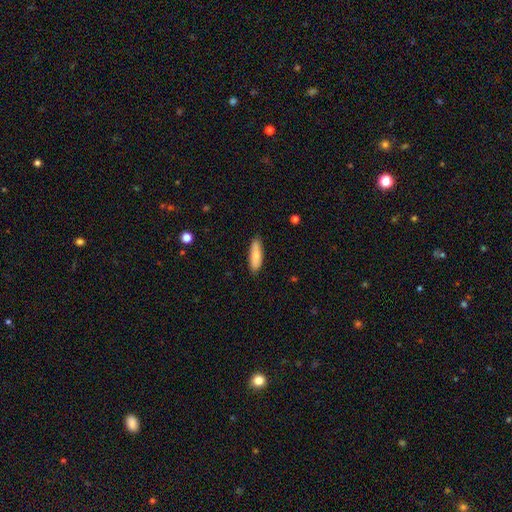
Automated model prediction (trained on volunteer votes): Smooth or featured? smooth (80%)
How rounded? cigar-shaped (51%)
Merging? none (85%)